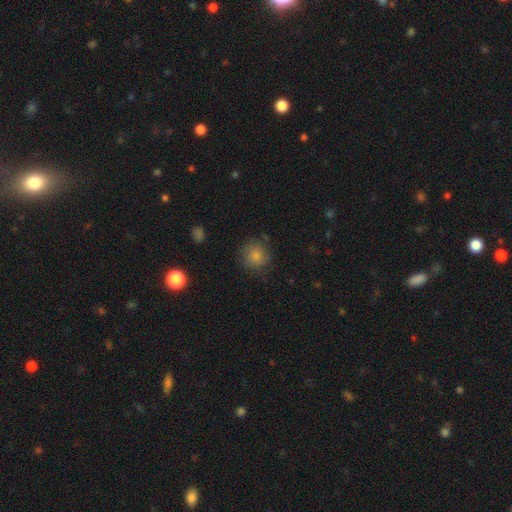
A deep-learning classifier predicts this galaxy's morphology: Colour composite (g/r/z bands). It shows a smooth galaxy with no disk features (82%) that is round (90%). Merging: none (78%).